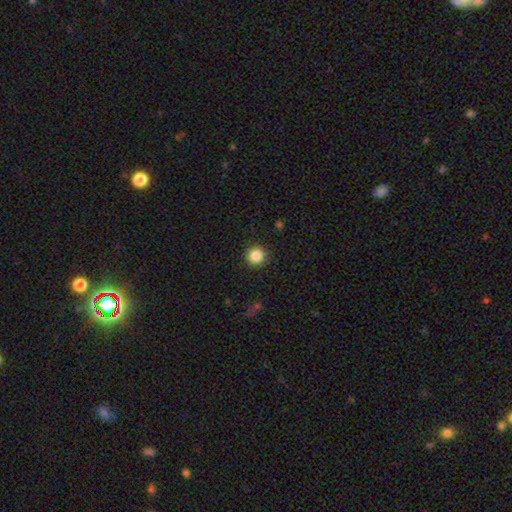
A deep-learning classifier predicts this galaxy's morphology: Overall: smooth (86%). How rounded: round (94%). Merging: none (91%).